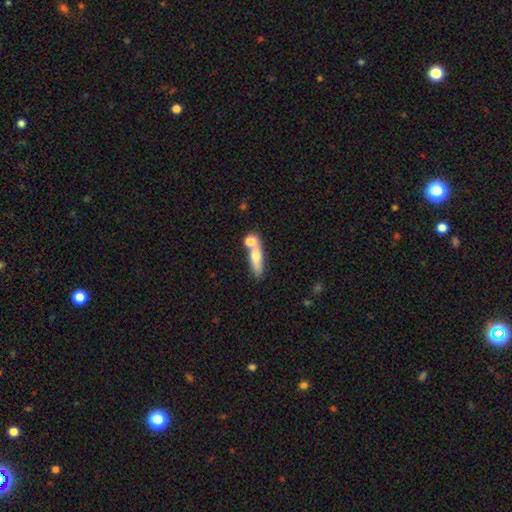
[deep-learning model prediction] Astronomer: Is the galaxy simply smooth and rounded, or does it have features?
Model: smooth — 64%.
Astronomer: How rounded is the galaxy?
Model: cigar-shaped — 44% (runner-up: in between, 42%).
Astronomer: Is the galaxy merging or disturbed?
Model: none — 41%, tied with merger at 41%.